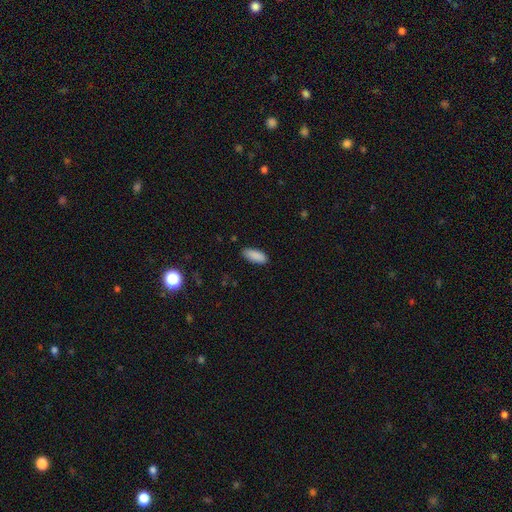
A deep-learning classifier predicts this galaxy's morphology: Smooth or featured? Predicted: smooth (p=0.90). How rounded? Predicted: in between (p=0.77). Merging? Predicted: none (p=0.86).